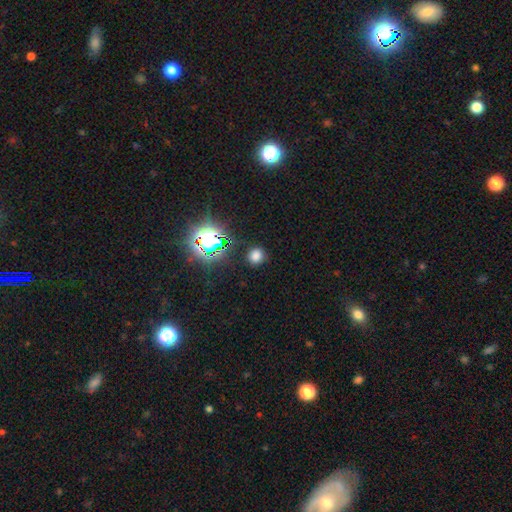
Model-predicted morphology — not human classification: smooth_or_featured: smooth (p=0.70) [alt: star or artifact p=0.24]
how_rounded: round (p=0.83) [alt: in between p=0.15]
merging: none (p=0.85) [alt: minor disturbance p=0.09]